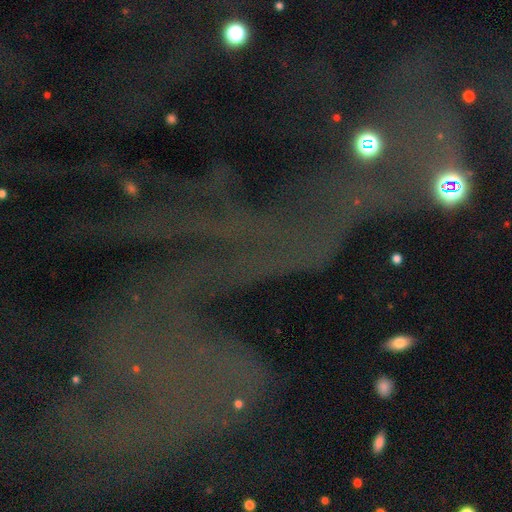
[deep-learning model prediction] Morphology: type=star or artifact (68%).